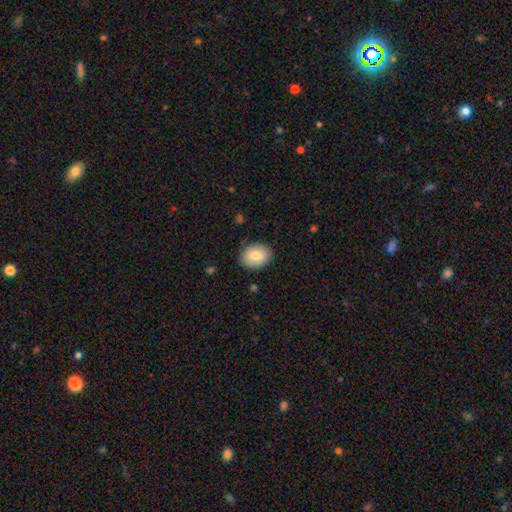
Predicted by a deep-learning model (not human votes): Smooth or featured: smooth — 82% (featured or disk — 11%)
How rounded: in between — 73% (round — 26%)
Merging: none — 87% (minor disturbance — 10%)